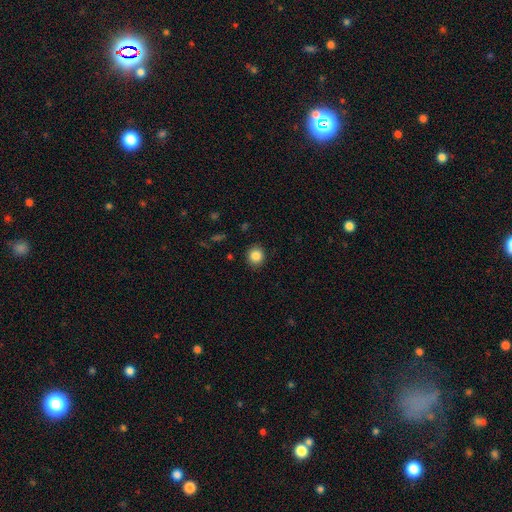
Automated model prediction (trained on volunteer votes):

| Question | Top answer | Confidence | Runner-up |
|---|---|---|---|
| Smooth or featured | smooth | 86% | star or artifact (10%) |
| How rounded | round | 90% | in between (9%) |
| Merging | none | 91% | minor disturbance (6%) |